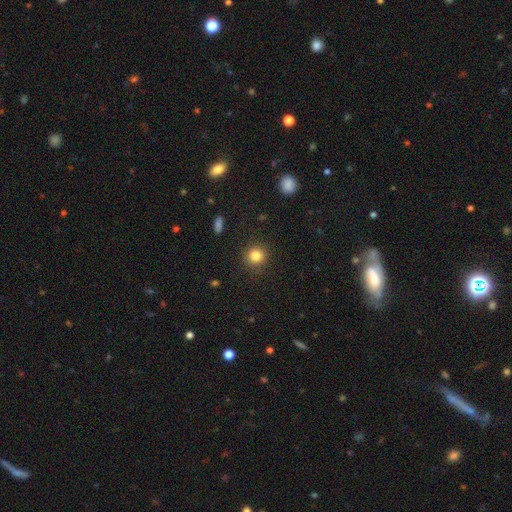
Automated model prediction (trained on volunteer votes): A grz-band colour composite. It shows a smooth galaxy with no disk features (84%) that is round (91%). Merging: none (89%).